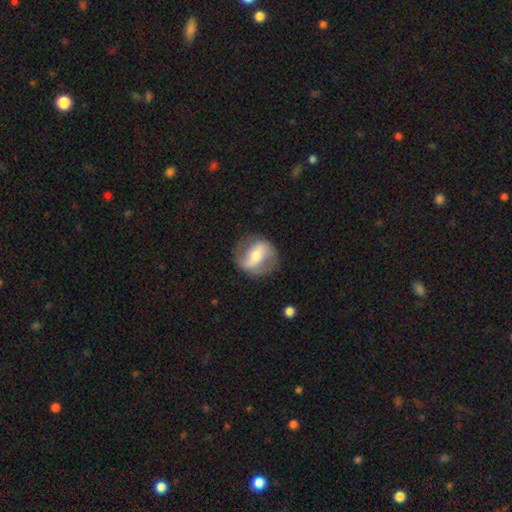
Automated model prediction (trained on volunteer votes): A featured or disk galaxy (68%) with a strong bar (55%), spiral arms (71%) and a moderate central bulge (56%). Merging: none (78%).